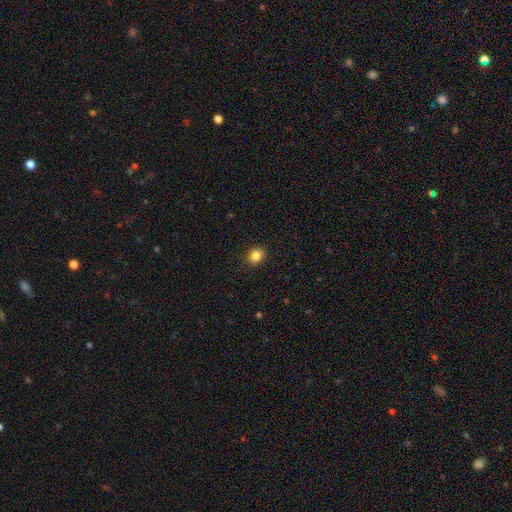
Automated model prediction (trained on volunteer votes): Overall: smooth (85%). How rounded: round (65%; in between 34%). Merging: none (90%).